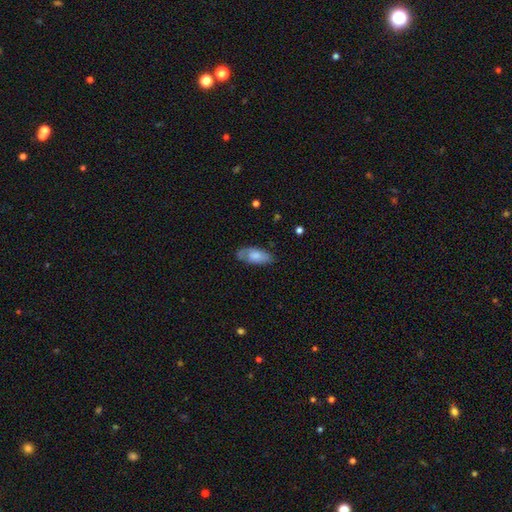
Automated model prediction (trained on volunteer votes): smooth_or_featured: smooth (p=0.64) [alt: featured or disk p=0.29]
how_rounded: in between (p=0.88) [alt: cigar-shaped p=0.10]
merging: none (p=0.64) [alt: minor disturbance p=0.26]